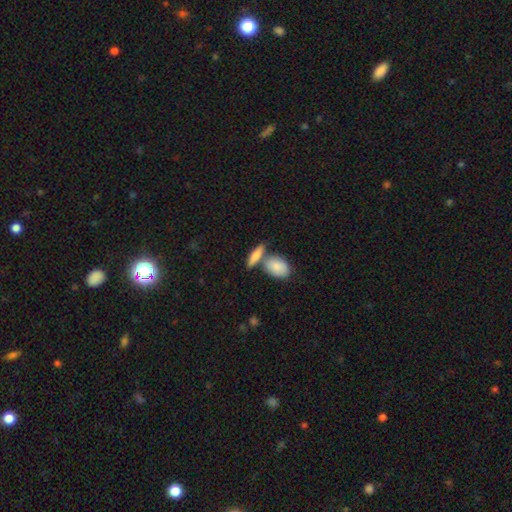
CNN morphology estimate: smooth_or_featured: smooth (p=0.73) [alt: featured or disk p=0.20]
how_rounded: in between (p=0.56) [alt: cigar-shaped p=0.38]
merging: none (p=0.53) [alt: merger p=0.33]